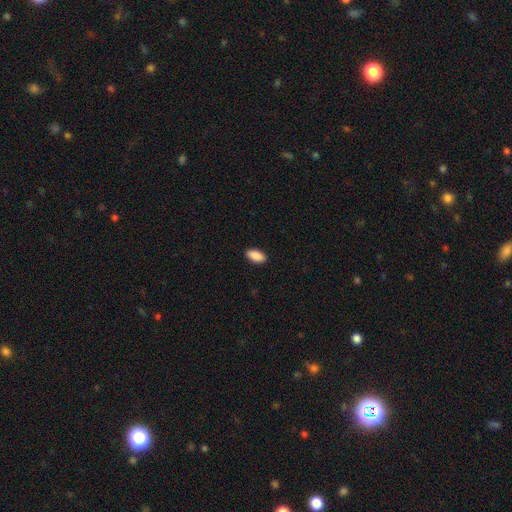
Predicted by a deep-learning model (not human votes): Smooth or featured? smooth (90%)
How rounded? in between (93%)
Merging? none (90%)